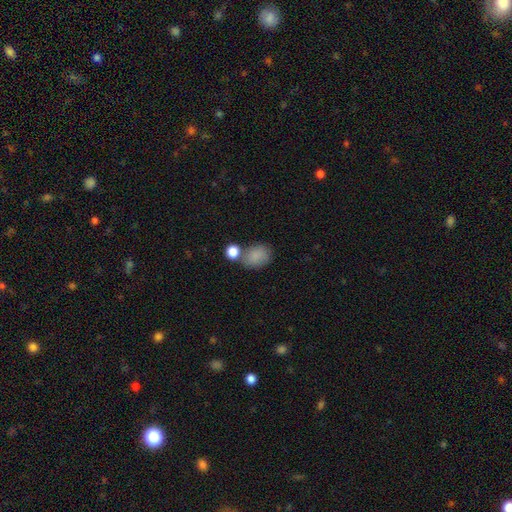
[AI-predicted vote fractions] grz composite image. It shows a smooth galaxy with no disk features (84%) that is in between round and cigar-shaped (65%). Merging: none (58%).